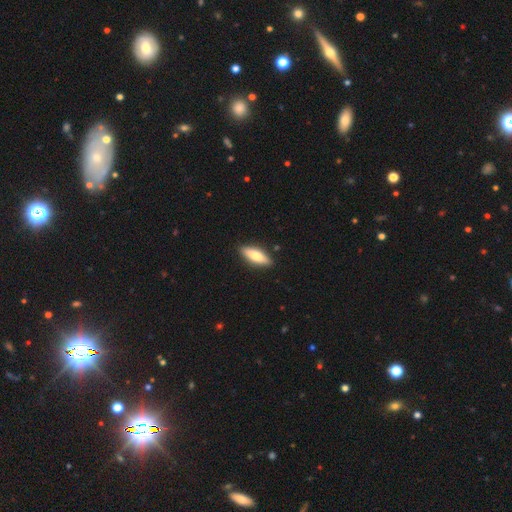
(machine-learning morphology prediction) Overall: smooth (69%). How rounded: in between (60%; cigar-shaped 38%). Merging: none (89%).